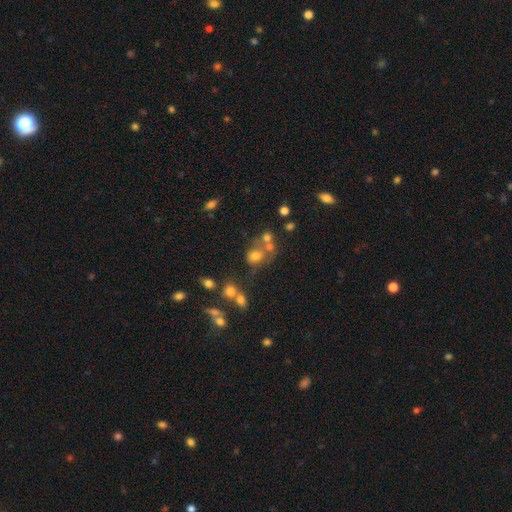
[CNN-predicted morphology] Q: Smooth or featured?
A: smooth (63%); runner-up: star or artifact (19%)
Q: How rounded?
A: round (63%); runner-up: in between (36%)
Q: Merging?
A: none (40%); runner-up: merger (37%)